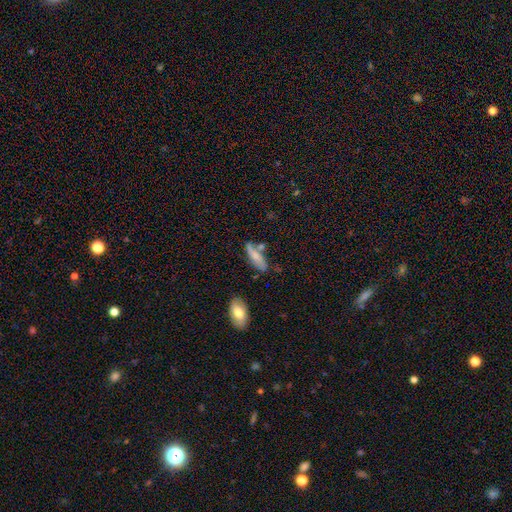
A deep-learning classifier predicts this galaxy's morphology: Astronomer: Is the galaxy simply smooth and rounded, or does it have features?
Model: smooth — 64%.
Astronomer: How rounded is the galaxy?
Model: in between — 54% (runner-up: cigar-shaped, 44%).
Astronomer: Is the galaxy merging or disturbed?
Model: none — 55%.